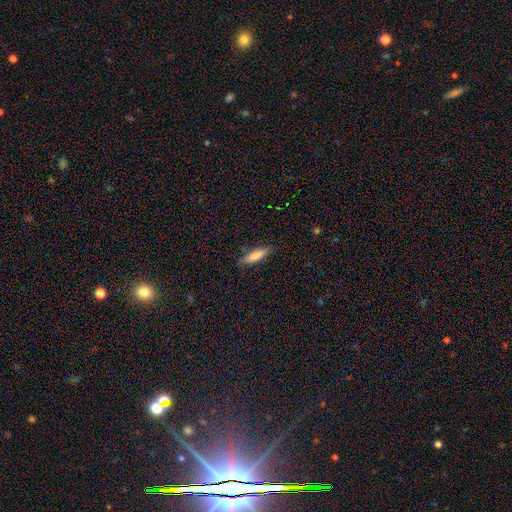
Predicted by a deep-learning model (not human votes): This appears to be a smooth galaxy with no disk features (77%) that is cigar-shaped (67%). Merging: none (84%).